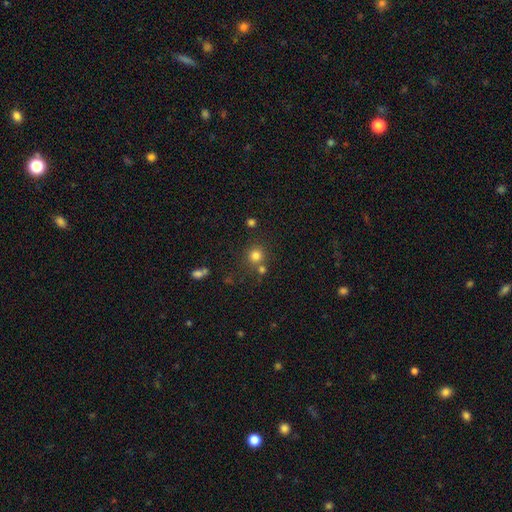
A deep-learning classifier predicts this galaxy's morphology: type=smooth (78%); roundness=round (91%); merging=none (69%).